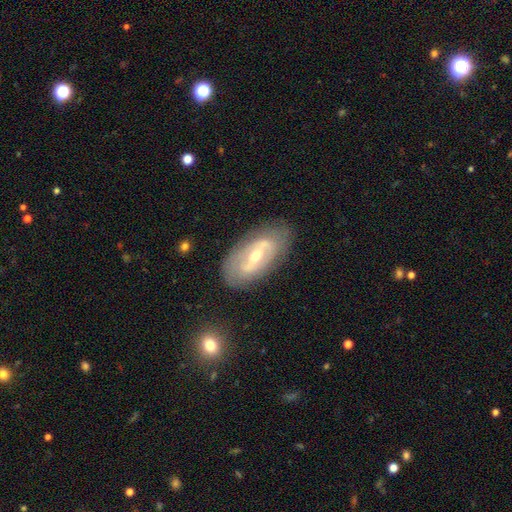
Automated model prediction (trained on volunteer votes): Q: Smooth or featured?
A: featured or disk (74%); runner-up: smooth (20%)
Q: Edge-on disk?
A: no (90%); runner-up: yes (10%)
Q: Bar?
A: weak (39%); runner-up: strong (38%)
Q: Spiral arms?
A: yes (55%); runner-up: no (45%)
Q: Bulge size?
A: moderate (61%); runner-up: small (34%)
Q: Merging?
A: none (80%); runner-up: minor disturbance (14%)